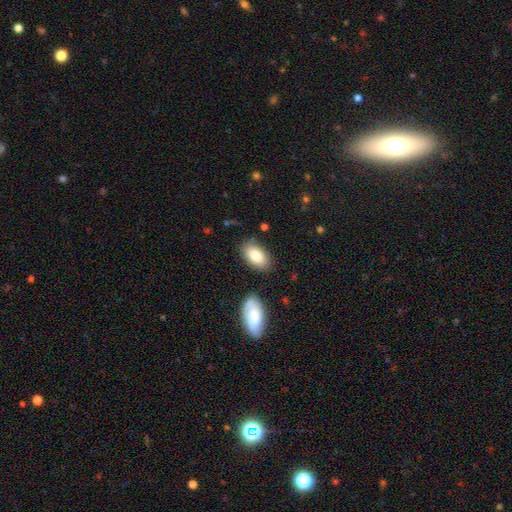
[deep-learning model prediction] The model was most divided on "merging": none: 81%, minor disturbance: 12%, merger: 4%, major disturbance: 3%. More confident: how rounded — in between (93%); smooth or featured — smooth (82%).